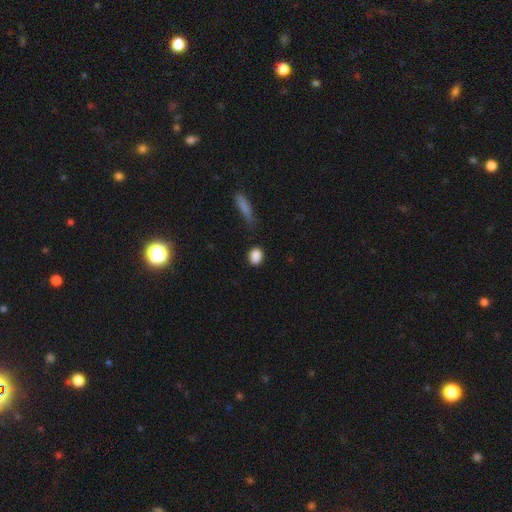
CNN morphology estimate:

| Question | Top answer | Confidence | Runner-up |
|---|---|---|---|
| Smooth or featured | smooth | 88% | star or artifact (8%) |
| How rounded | in between | 63% | round (34%) |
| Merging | none | 82% | minor disturbance (13%) |